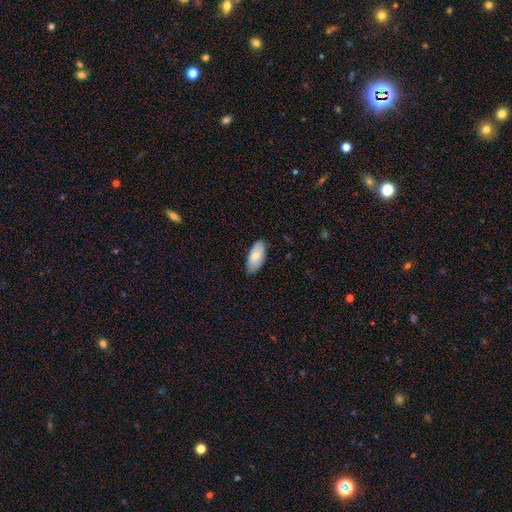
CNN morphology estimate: Smooth or featured? smooth (82%)
How rounded? in between (92%)
Merging? none (83%)